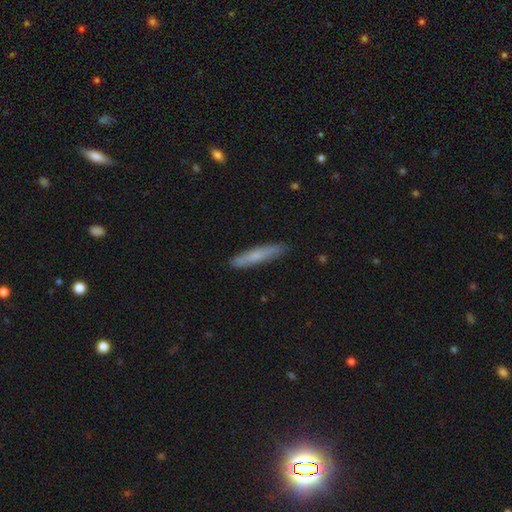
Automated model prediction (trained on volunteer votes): Smooth or featured?
  - smooth: 66% *
  - featured or disk: 28%
  - star or artifact: 6%
How rounded?
  - cigar-shaped: 92% *
  - in between: 7%
  - round: 1%
Merging?
  - none: 88% *
  - minor disturbance: 9%
  - major disturbance: 2%
  - merger: 1%